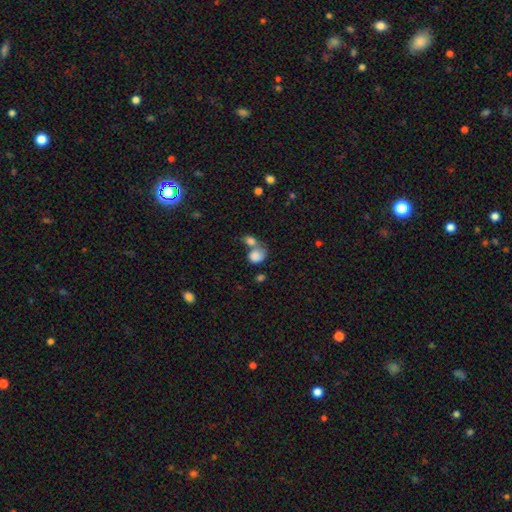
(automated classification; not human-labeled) The model was most divided on "how rounded": round: 52%, in between: 47%, cigar-shaped: 1%. More confident: smooth or featured — smooth (83%); merging — merger (56%).